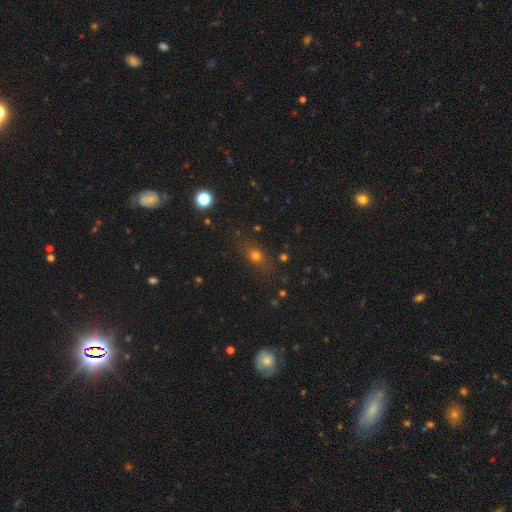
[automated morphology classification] Smooth or featured? smooth (66%)
How rounded? in between (51%)
Merging? none (79%)